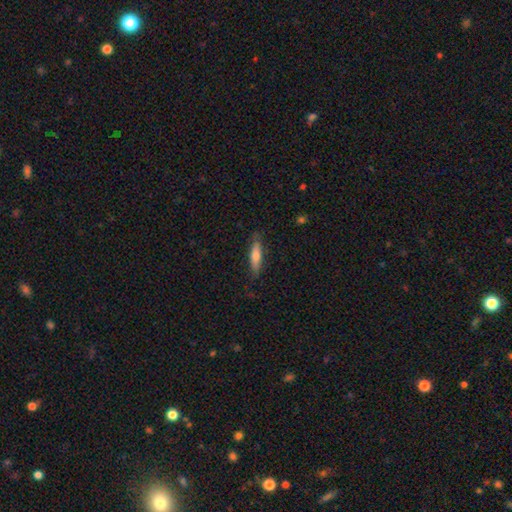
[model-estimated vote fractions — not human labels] A smooth galaxy with no disk features (65%) that is cigar-shaped (72%).

Vote fractions:
- Smooth or featured? smooth: 65% / featured or disk: 29% / star or artifact: 6%
- How rounded? cigar-shaped: 72% / in between: 27% / round: 2%
- Merging? none: 80% / minor disturbance: 16% / major disturbance: 3% / merger: 1%